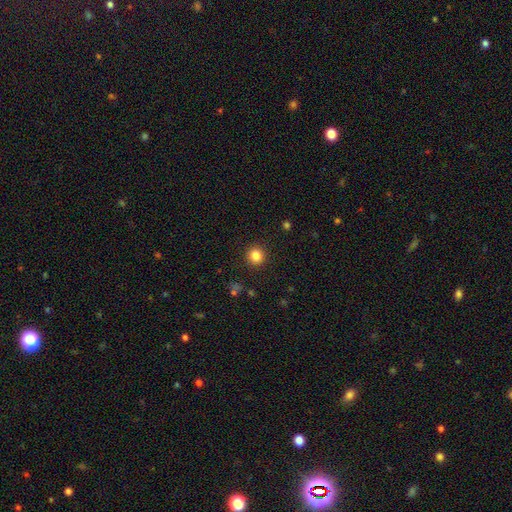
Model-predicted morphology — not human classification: Smooth or featured? smooth (84%)
How rounded? round (90%)
Merging? none (91%)